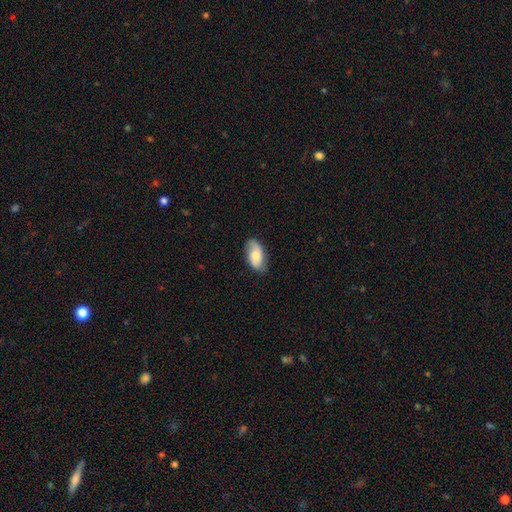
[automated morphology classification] A smooth galaxy with no disk features (56%) that is in between round and cigar-shaped (93%).

Vote fractions:
- Smooth or featured? smooth: 56% / featured or disk: 37% / star or artifact: 7%
- How rounded? in between: 93% / round: 4% / cigar-shaped: 3%
- Merging? none: 74% / minor disturbance: 20% / major disturbance: 5% / merger: 1%